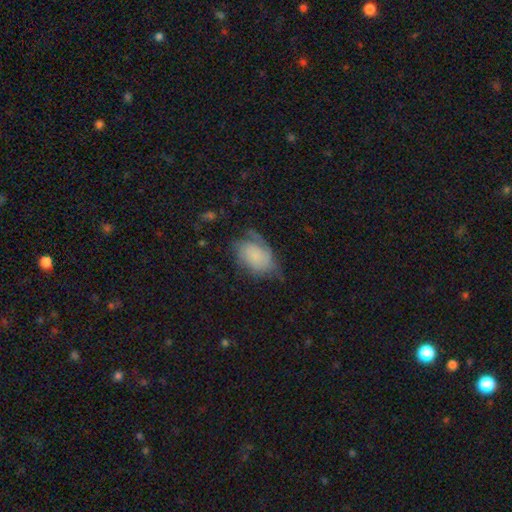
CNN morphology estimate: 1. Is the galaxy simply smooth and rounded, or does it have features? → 51% smooth, 40% featured or disk, 9% star or artifact.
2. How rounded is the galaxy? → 85% in between, 14% round, 2% cigar-shaped.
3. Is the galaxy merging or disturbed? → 44% none, 32% minor disturbance, 22% major disturbance, 2% merger.